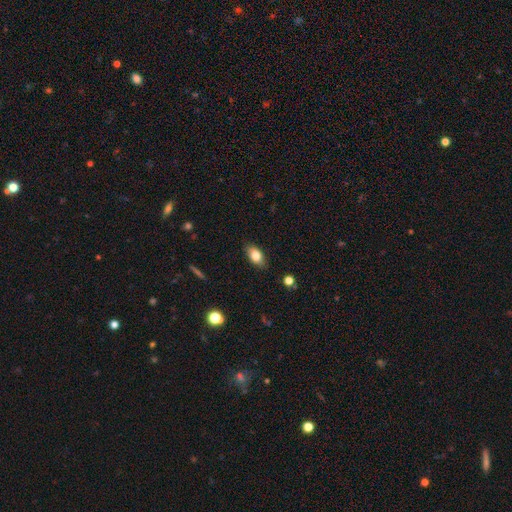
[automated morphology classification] Q: Smooth or featured?
A: smooth (81%); runner-up: featured or disk (11%)
Q: How rounded?
A: in between (89%); runner-up: round (6%)
Q: Merging?
A: none (86%); runner-up: minor disturbance (10%)